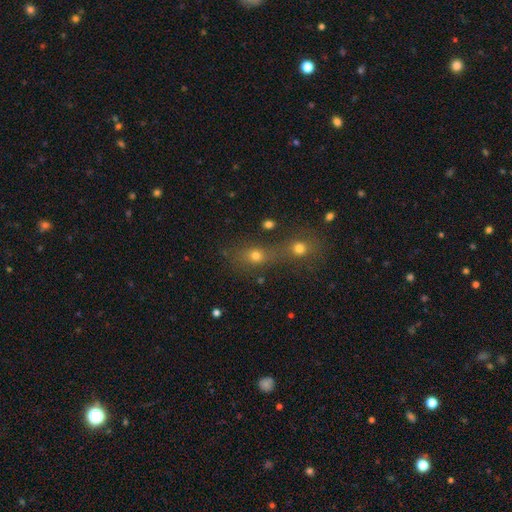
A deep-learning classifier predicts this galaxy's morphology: Smooth or featured: smooth — 68% (star or artifact — 21%)
How rounded: round — 64% (in between — 32%)
Merging: merger — 54% (none — 34%)